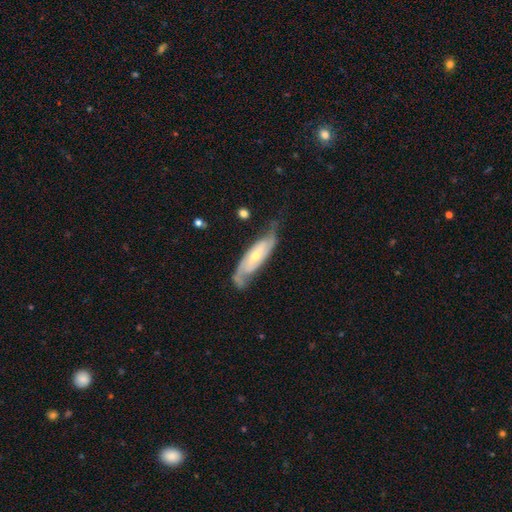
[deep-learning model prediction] smooth_or_featured: featured or disk (p=0.79) [alt: smooth p=0.16]
disk_edge_on: no (p=0.84) [alt: yes p=0.16]
bar: no (p=0.49) [alt: weak p=0.32]
has_spiral_arms: yes (p=0.93) [alt: no p=0.07]
spiral_winding: medium (p=0.40) [alt: tight p=0.37]
spiral_arm_count: 2 (p=0.78) [alt: can't tell p=0.12]
bulge_size: small (p=0.55) [alt: moderate p=0.40]
merging: none (p=0.64) [alt: minor disturbance p=0.23]